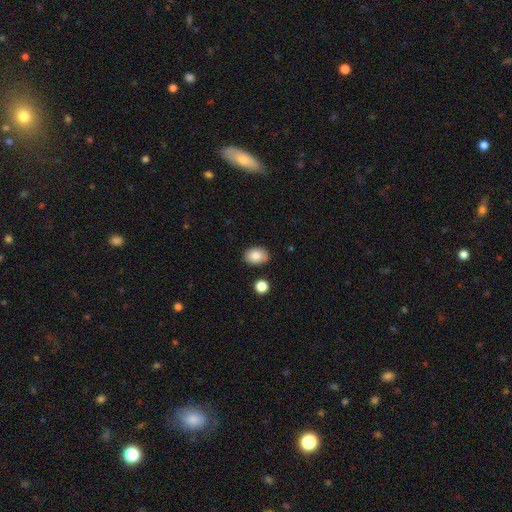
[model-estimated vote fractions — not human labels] A smooth galaxy with no disk features (85%) that is in between round and cigar-shaped (77%).

Vote fractions:
- Smooth or featured? smooth: 85% / star or artifact: 8% / featured or disk: 7%
- How rounded? in between: 77% / round: 22% / cigar-shaped: 1%
- Merging? none: 84% / minor disturbance: 11% / merger: 3% / major disturbance: 2%